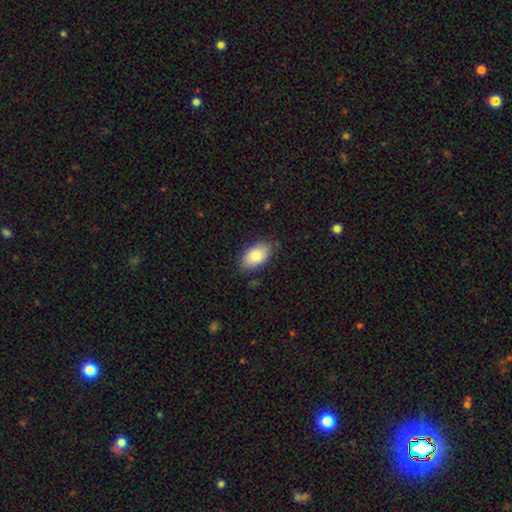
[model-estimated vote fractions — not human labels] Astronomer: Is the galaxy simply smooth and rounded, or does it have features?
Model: smooth — 84%.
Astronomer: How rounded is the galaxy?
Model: in between — 93%.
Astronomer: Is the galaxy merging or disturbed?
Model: none — 79%.